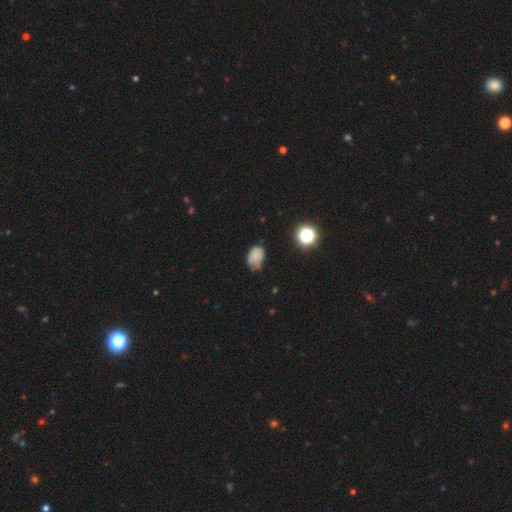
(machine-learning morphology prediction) smooth 71%, star or artifact 15%, featured or disk 14%. Down the decision tree: how rounded — in between (75%); merging — none (48%).